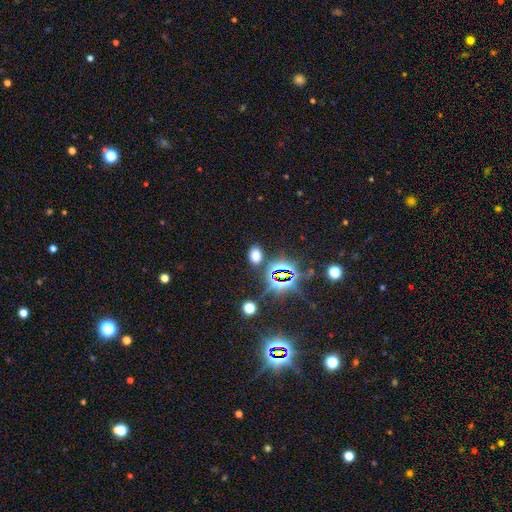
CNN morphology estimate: A smooth galaxy with no disk features (61%) that is in between round and cigar-shaped (79%). Merging: none (83%).